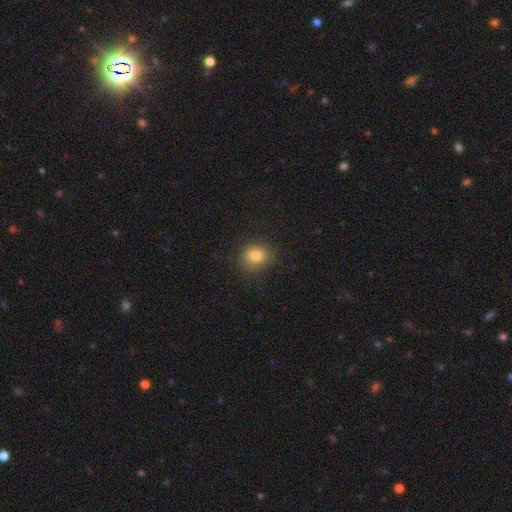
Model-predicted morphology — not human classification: The model was most divided on "how rounded": round: 67%, in between: 32%, cigar-shaped: 1%. More confident: merging — none (83%); smooth or featured — smooth (81%).